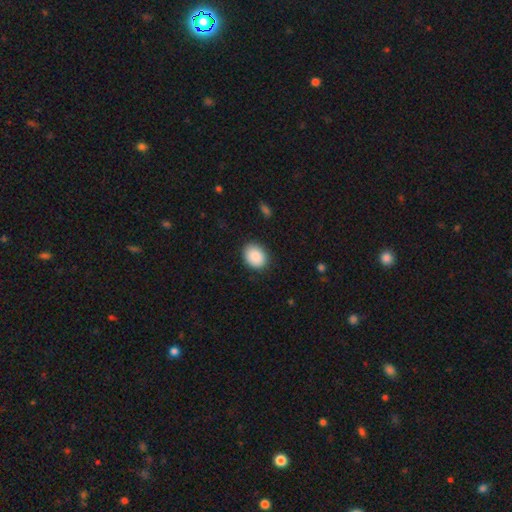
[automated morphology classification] Smooth or featured?
  - smooth: 90% *
  - star or artifact: 7%
  - featured or disk: 3%
How rounded?
  - in between: 63% *
  - round: 36%
  - cigar-shaped: 1%
Merging?
  - none: 88% *
  - minor disturbance: 9%
  - major disturbance: 2%
  - merger: 1%